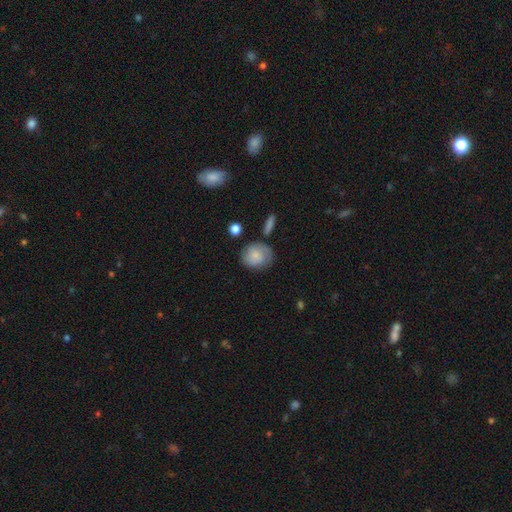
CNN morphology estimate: Q: Smooth or featured?
A: smooth (72%); runner-up: featured or disk (20%)
Q: How rounded?
A: round (68%); runner-up: in between (31%)
Q: Merging?
A: none (68%); runner-up: minor disturbance (21%)